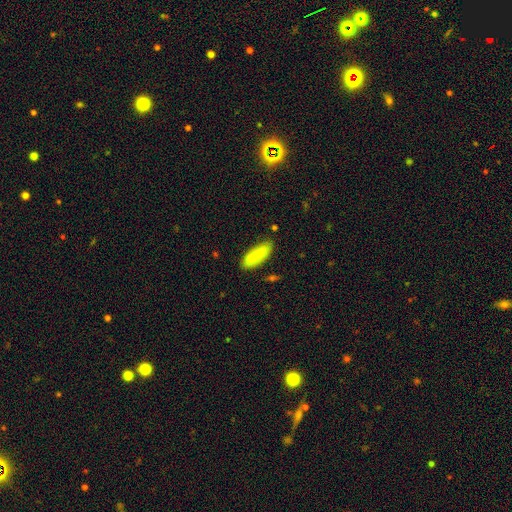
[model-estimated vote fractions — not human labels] This appears to be a smooth galaxy with no disk features (82%) that is in between round and cigar-shaped (50%). Merging: none (77%).